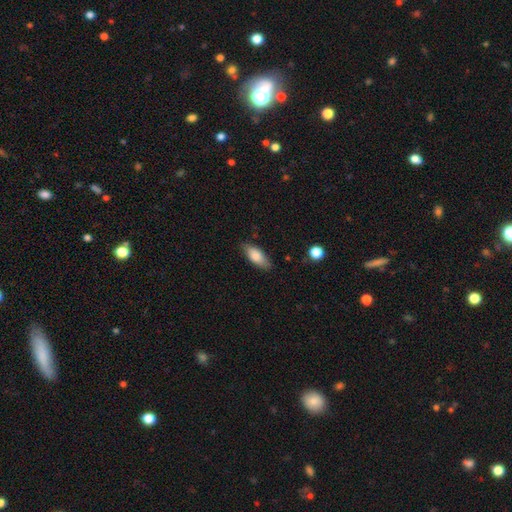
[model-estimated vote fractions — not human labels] This appears to be a smooth galaxy with no disk features (81%) that is in between round and cigar-shaped (77%). Merging: none (80%).